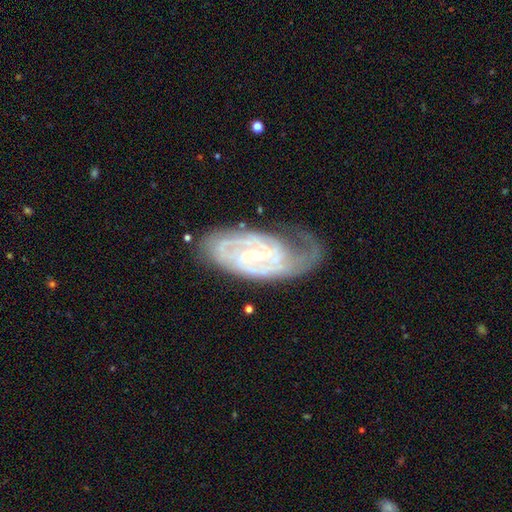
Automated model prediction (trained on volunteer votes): A featured or disk galaxy (89%) with a weak bar (43%), 2 (45%) tight (64%) spiral arms (97%) and a small central bulge (69%). Merging: none (55%).